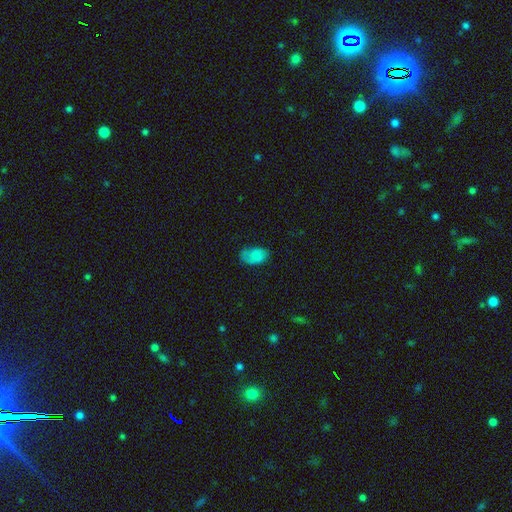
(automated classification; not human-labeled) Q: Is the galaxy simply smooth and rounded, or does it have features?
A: smooth — 78%.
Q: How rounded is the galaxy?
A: in between — 91%.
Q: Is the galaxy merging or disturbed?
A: none — 60%.